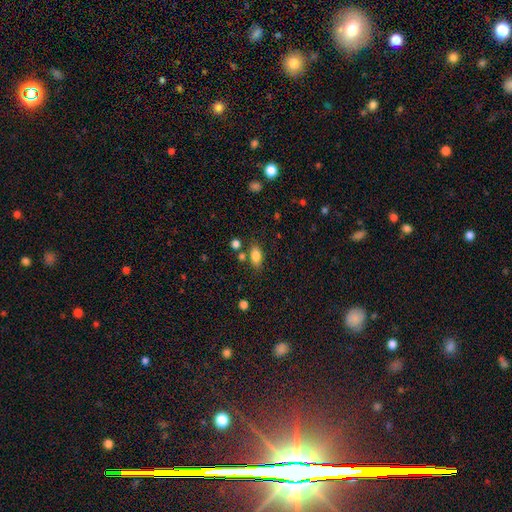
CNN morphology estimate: Smooth or featured? smooth (82%)
How rounded? in between (85%)
Merging? none (73%)